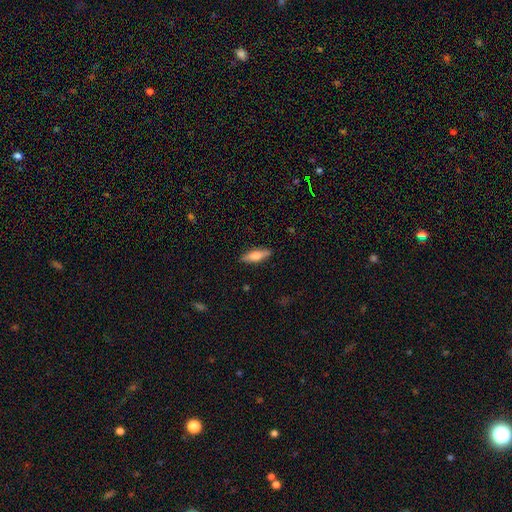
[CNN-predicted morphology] Smooth or featured? smooth (59%)
How rounded? cigar-shaped (56%)
Merging? none (88%)